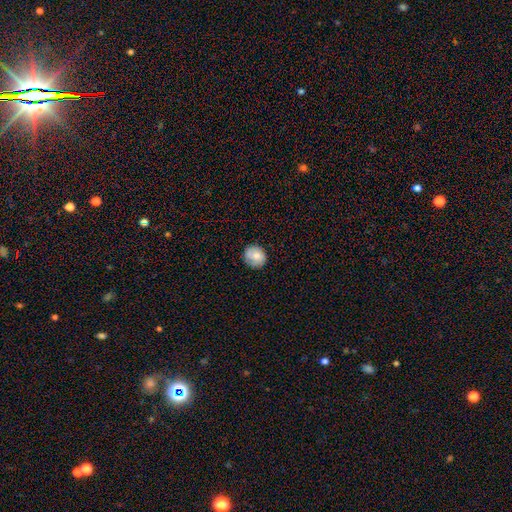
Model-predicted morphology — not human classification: A smooth galaxy with no disk features (76%) that is round (83%).

Vote fractions:
- Smooth or featured? smooth: 76% / featured or disk: 16% / star or artifact: 8%
- How rounded? round: 83% / in between: 16% / cigar-shaped: 1%
- Merging? none: 81% / minor disturbance: 15% / major disturbance: 3% / merger: 1%